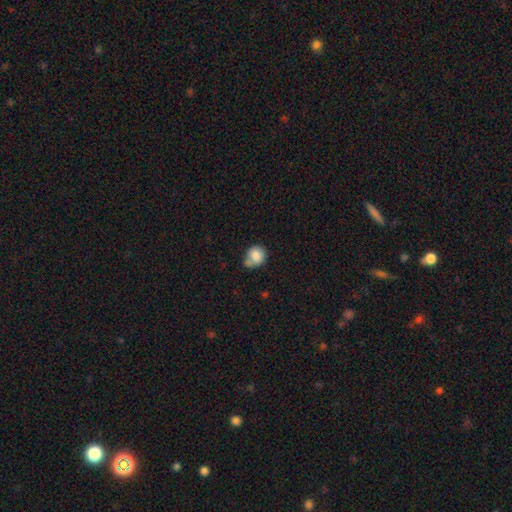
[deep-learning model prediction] Smooth or featured: smooth — 81% (featured or disk — 10%)
How rounded: round — 77% (in between — 22%)
Merging: none — 47% (merger — 24%)